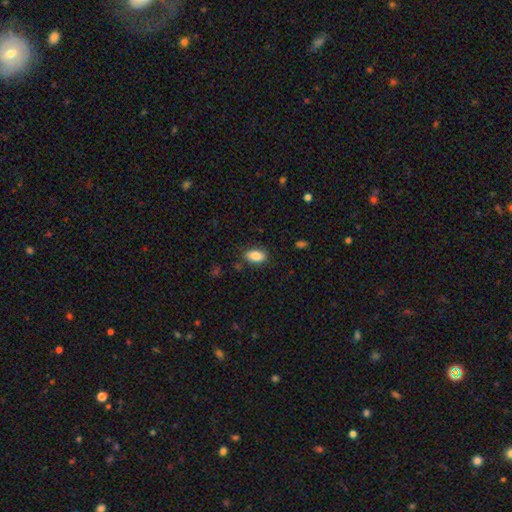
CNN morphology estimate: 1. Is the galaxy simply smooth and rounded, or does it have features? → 84% smooth, 9% featured or disk, 8% star or artifact.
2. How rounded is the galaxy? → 90% in between, 6% round, 3% cigar-shaped.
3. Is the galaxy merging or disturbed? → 80% none, 15% minor disturbance, 3% major disturbance, 2% merger.